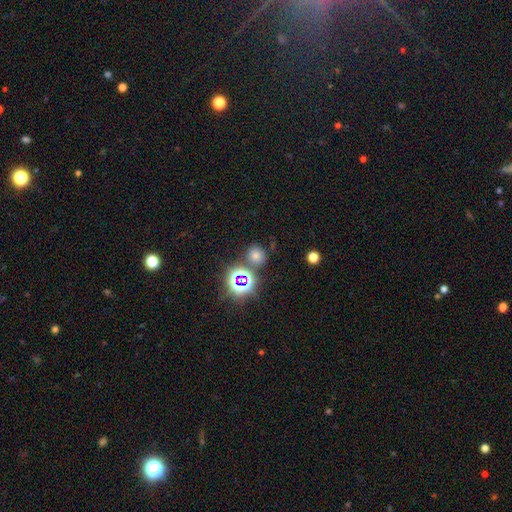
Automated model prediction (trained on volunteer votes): smooth 64%, star or artifact 29%, featured or disk 7%. Down the decision tree: how rounded — round (81%); merging — none (76%).